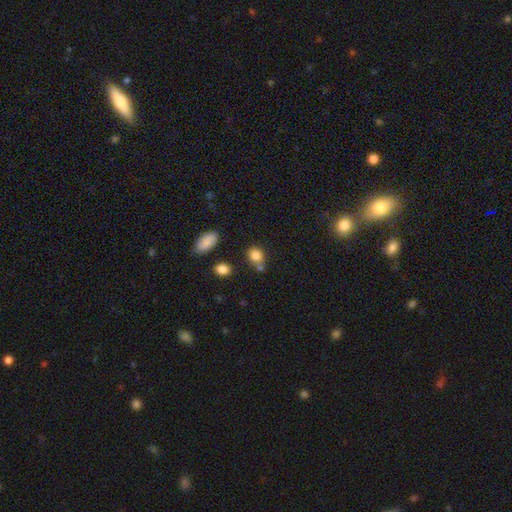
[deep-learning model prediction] Overall: smooth (82%). How rounded: round (67%; in between 31%). Merging: none (61%; merger 21%).